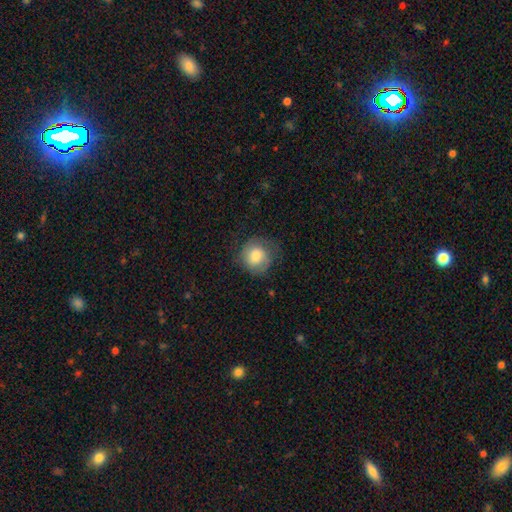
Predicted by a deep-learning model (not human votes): smooth 74%, featured or disk 18%, star or artifact 7%. Down the decision tree: how rounded — round (84%); merging — none (64%).